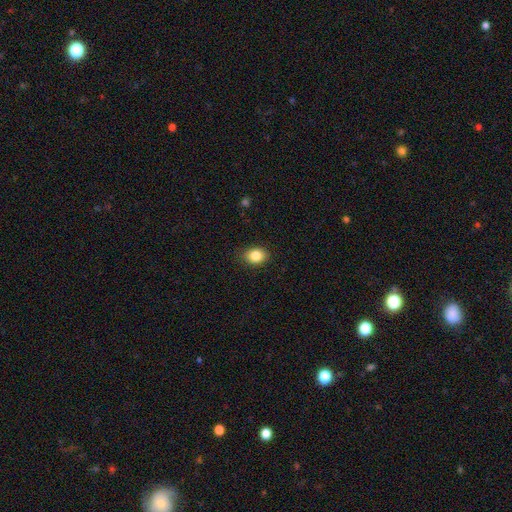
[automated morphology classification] Smooth or featured?
  - smooth: 85% *
  - star or artifact: 9%
  - featured or disk: 6%
How rounded?
  - in between: 58% *
  - round: 41%
  - cigar-shaped: 1%
Merging?
  - none: 87% *
  - minor disturbance: 10%
  - major disturbance: 2%
  - merger: 1%